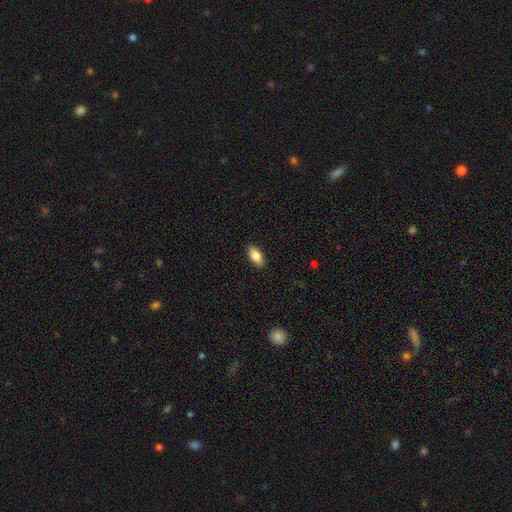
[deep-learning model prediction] Smooth or featured? smooth (85%)
How rounded? in between (90%)
Merging? none (89%)